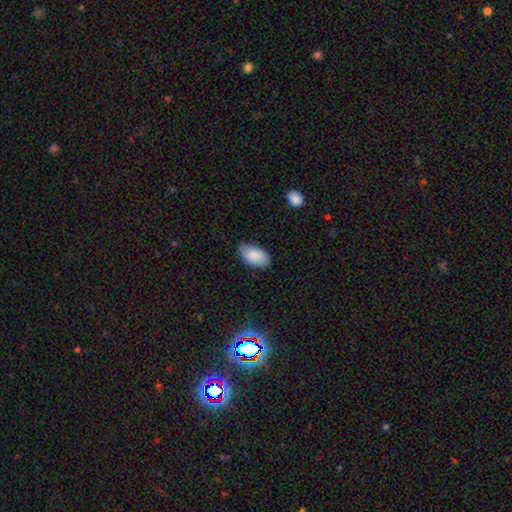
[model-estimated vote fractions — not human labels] Smooth or featured: smooth — 86% (featured or disk — 7%)
How rounded: in between — 95% (round — 4%)
Merging: none — 73% (minor disturbance — 22%)